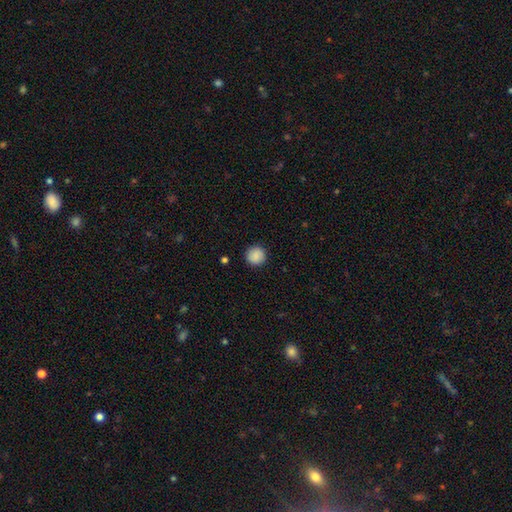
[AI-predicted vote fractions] Morphology: type=smooth (89%); roundness=round (94%); merging=none (92%).